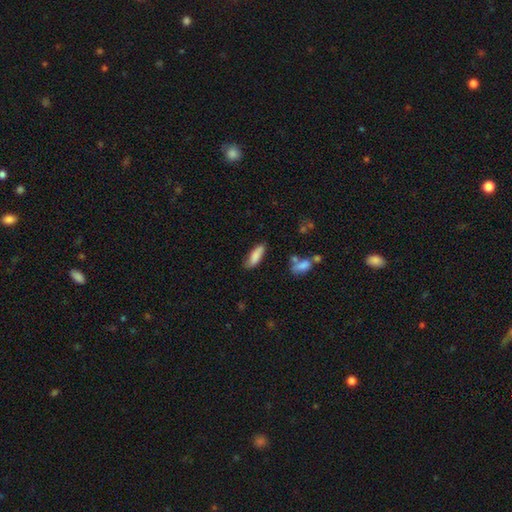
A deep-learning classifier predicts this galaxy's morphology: smooth 82%, featured or disk 11%, star or artifact 7%. Down the decision tree: how rounded — in between (60%); merging — none (70%).